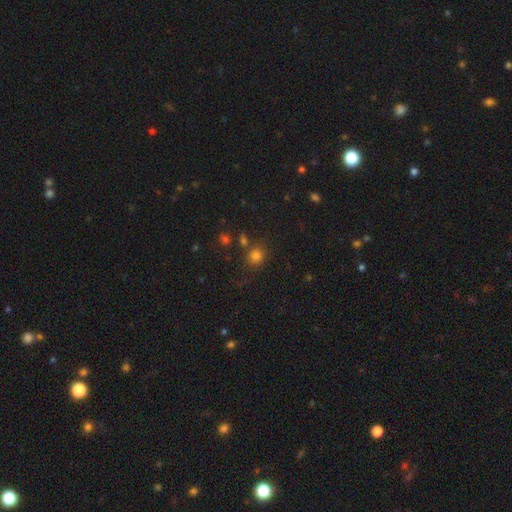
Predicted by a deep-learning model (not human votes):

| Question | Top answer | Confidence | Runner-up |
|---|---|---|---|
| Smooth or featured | smooth | 78% | star or artifact (16%) |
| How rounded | round | 79% | in between (20%) |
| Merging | none | 74% | minor disturbance (11%) |